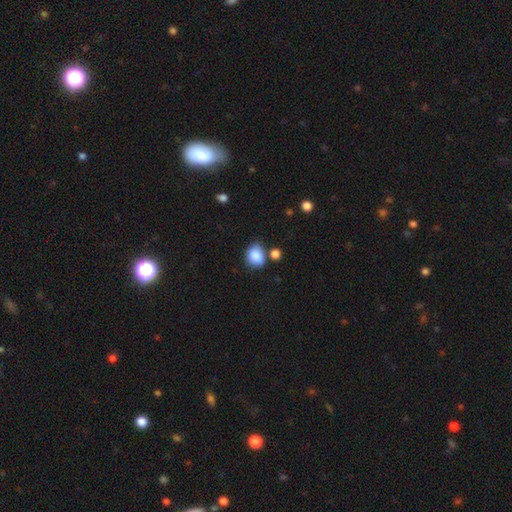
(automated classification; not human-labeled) A smooth galaxy with no disk features (85%) that is in between round and cigar-shaped (53%).

Vote fractions:
- Smooth or featured? smooth: 85% / star or artifact: 9% / featured or disk: 7%
- How rounded? in between: 53% / round: 46% / cigar-shaped: 1%
- Merging? none: 61% / minor disturbance: 20% / merger: 15% / major disturbance: 5%